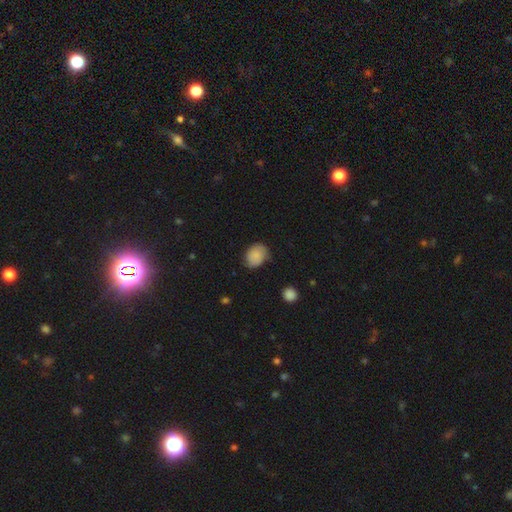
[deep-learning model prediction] Overall: smooth (82%). How rounded: in between (59%; round 40%). Merging: none (69%).